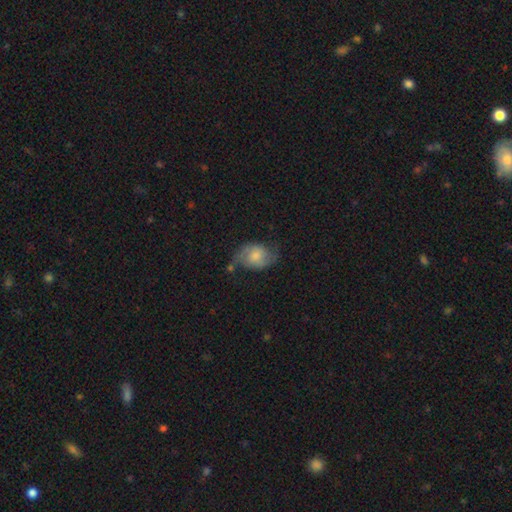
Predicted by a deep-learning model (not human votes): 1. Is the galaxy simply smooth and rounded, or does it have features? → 51% featured or disk, 41% smooth, 8% star or artifact.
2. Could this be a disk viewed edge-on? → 97% no, 3% yes.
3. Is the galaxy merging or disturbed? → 54% none, 27% minor disturbance, 14% major disturbance, 5% merger.